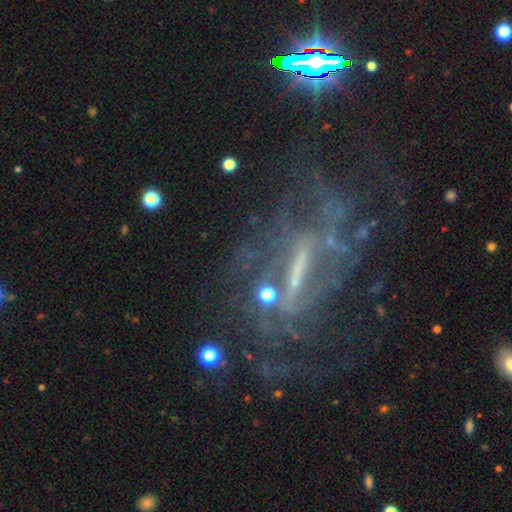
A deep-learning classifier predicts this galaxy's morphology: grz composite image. It shows a featured or disk galaxy (73%) with a strong bar (52%), spiral arms (68%) and no central bulge (40%). Merging: none (49%).